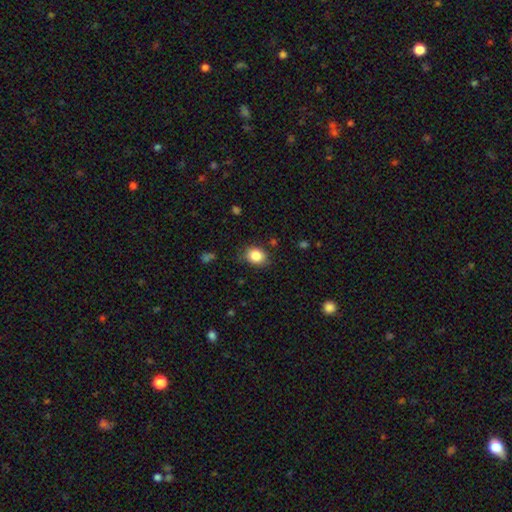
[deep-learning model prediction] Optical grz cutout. It shows a smooth galaxy with no disk features (85%) that is in between round and cigar-shaped (52%). Merging: none (80%).